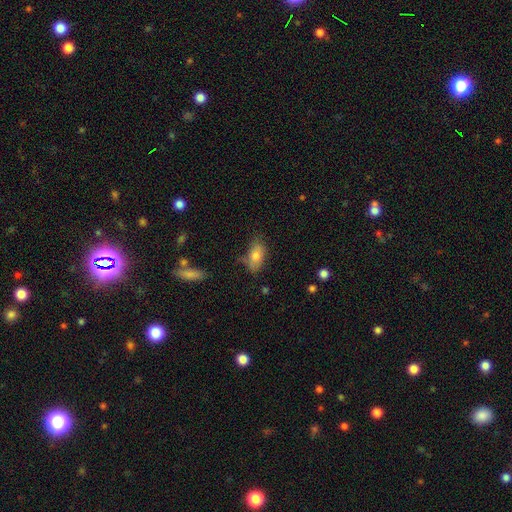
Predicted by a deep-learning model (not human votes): Smooth or featured?
  - smooth: 75% *
  - featured or disk: 17%
  - star or artifact: 8%
How rounded?
  - in between: 89% *
  - cigar-shaped: 6%
  - round: 5%
Merging?
  - none: 62% *
  - minor disturbance: 27%
  - major disturbance: 7%
  - merger: 4%